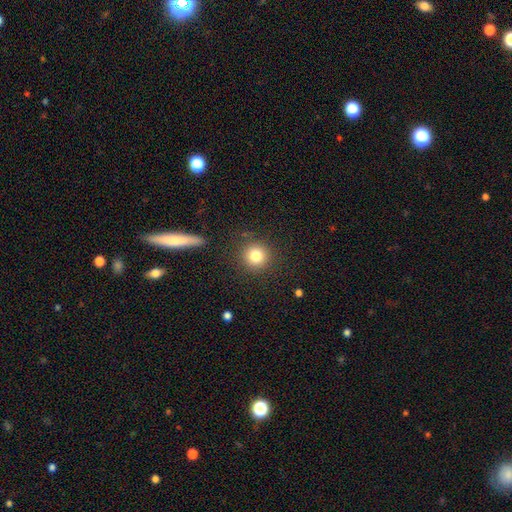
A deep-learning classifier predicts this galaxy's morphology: Smooth or featured?
  - smooth: 81% *
  - star or artifact: 11%
  - featured or disk: 8%
How rounded?
  - round: 93% *
  - in between: 6%
  - cigar-shaped: 1%
Merging?
  - none: 88% *
  - minor disturbance: 7%
  - major disturbance: 3%
  - merger: 2%